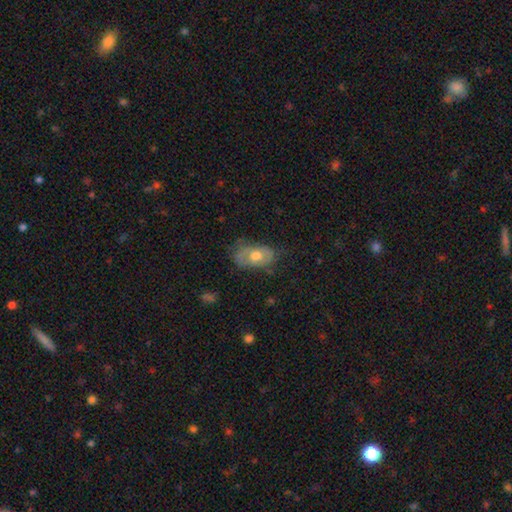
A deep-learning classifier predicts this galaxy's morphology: This is possibly a smooth galaxy (49%). Merging: likely none (62%).